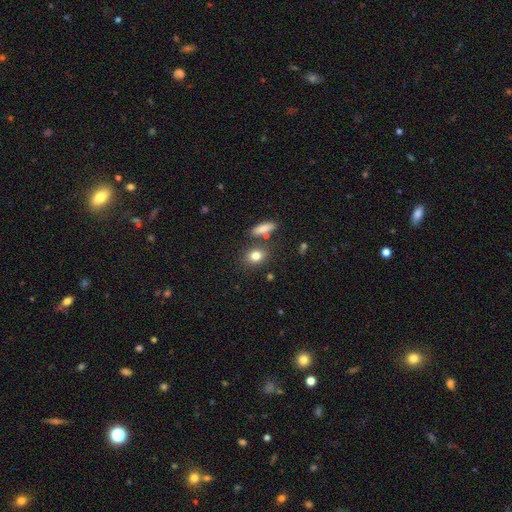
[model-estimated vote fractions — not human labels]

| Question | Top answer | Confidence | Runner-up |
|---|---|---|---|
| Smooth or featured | smooth | 80% | star or artifact (10%) |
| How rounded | in between | 54% | round (43%) |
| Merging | none | 73% | merger (12%) |